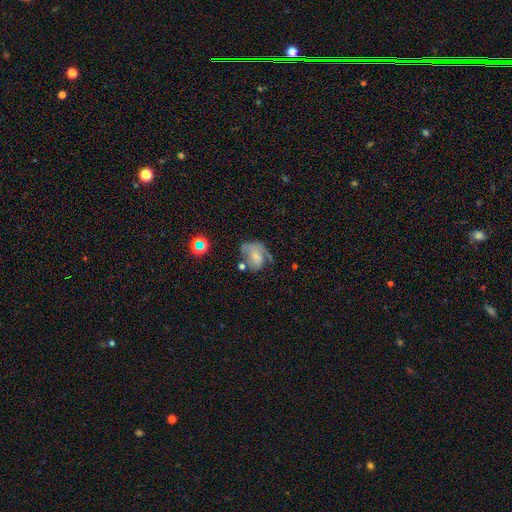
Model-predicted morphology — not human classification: This is possibly a featured or disk galaxy (51%). It is clearly not viewed edge-on (97%). Merging: marginally none (34%).